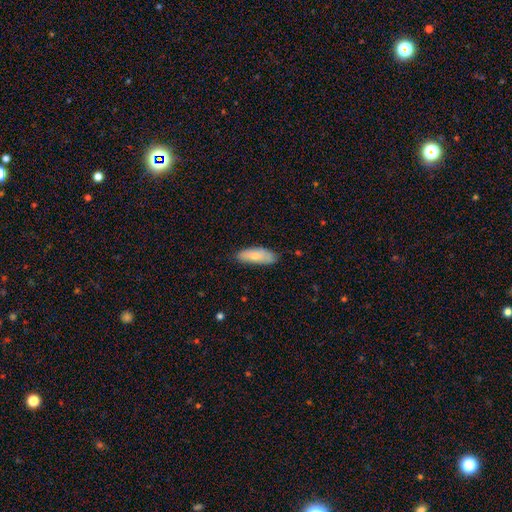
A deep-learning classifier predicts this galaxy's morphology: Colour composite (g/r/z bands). It shows a smooth galaxy with no disk features (79%) that is in between round and cigar-shaped (67%). Merging: none (74%).